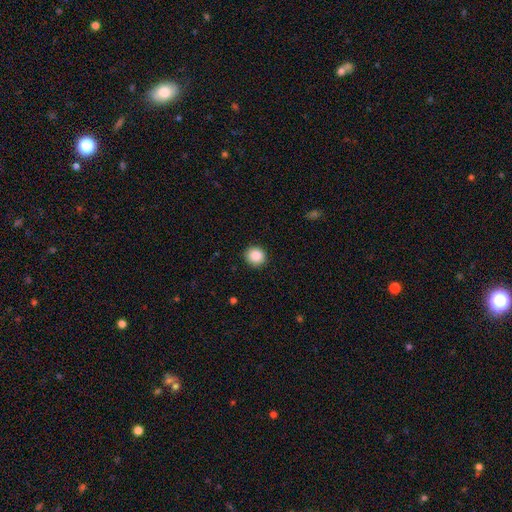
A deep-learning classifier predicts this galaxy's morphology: Smooth or featured: smooth — 88% (star or artifact — 9%)
How rounded: round — 90% (in between — 9%)
Merging: none — 91% (minor disturbance — 6%)